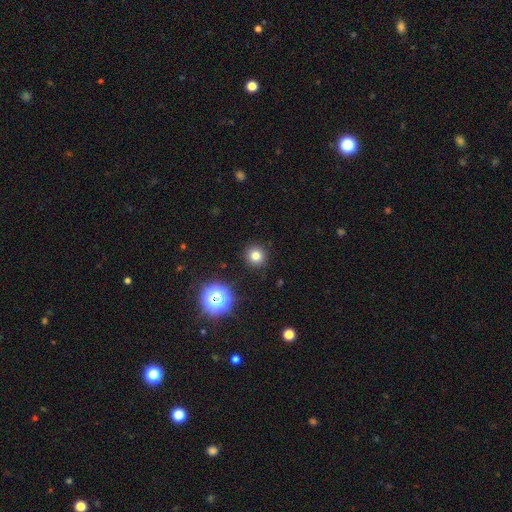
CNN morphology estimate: Smooth or featured: smooth — 78% (star or artifact — 16%)
How rounded: round — 95% (in between — 4%)
Merging: none — 92% (minor disturbance — 5%)